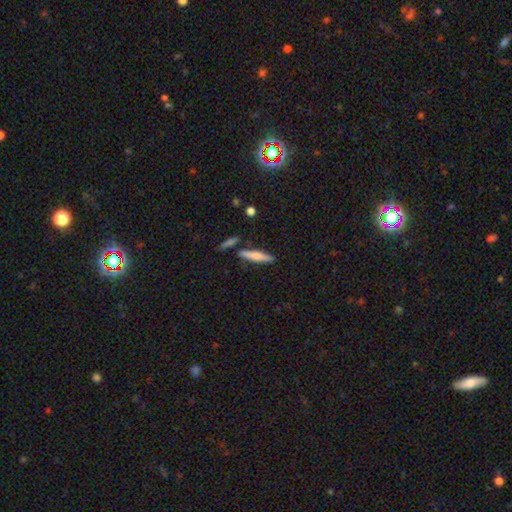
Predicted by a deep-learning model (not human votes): smooth 67%, featured or disk 27%, star or artifact 6%. Down the decision tree: how rounded — cigar-shaped (86%); merging — none (79%).